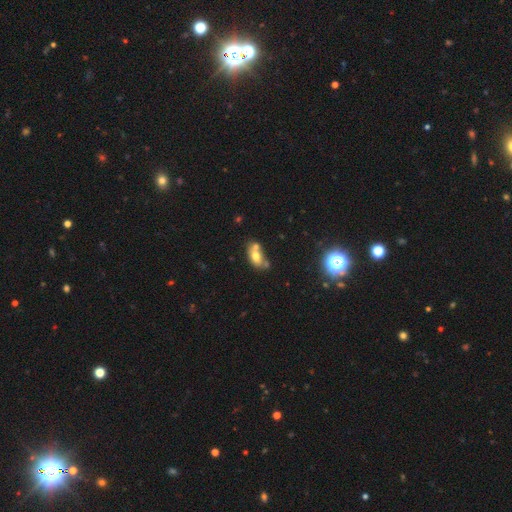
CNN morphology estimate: Smooth or featured: smooth — 64% (featured or disk — 26%)
How rounded: in between — 82% (round — 12%)
Merging: merger — 43% (none — 35%)